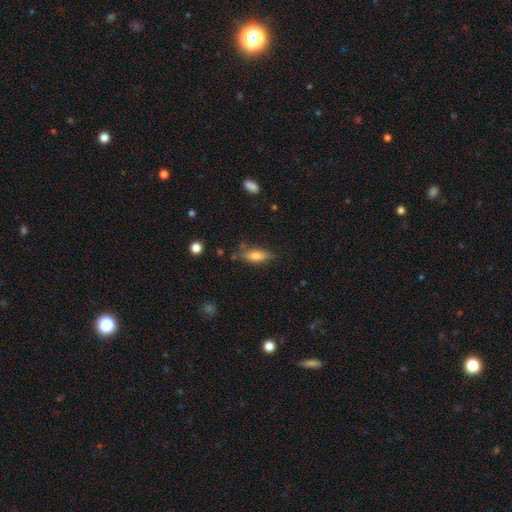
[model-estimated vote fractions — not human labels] Smooth or featured?
  - smooth: 73% *
  - featured or disk: 19%
  - star or artifact: 8%
How rounded?
  - in between: 65% *
  - cigar-shaped: 32%
  - round: 3%
Merging?
  - none: 70% *
  - minor disturbance: 21%
  - major disturbance: 5%
  - merger: 4%